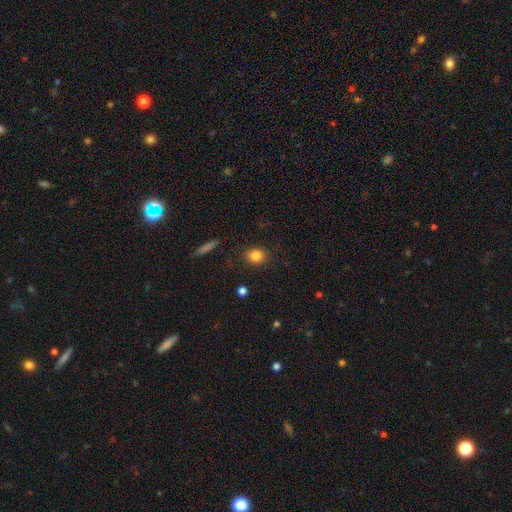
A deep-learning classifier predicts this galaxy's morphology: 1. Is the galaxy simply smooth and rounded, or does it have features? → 83% smooth, 10% star or artifact, 6% featured or disk.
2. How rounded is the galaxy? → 76% round, 22% in between, 2% cigar-shaped.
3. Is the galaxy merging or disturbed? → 86% none, 9% minor disturbance, 3% major disturbance, 1% merger.